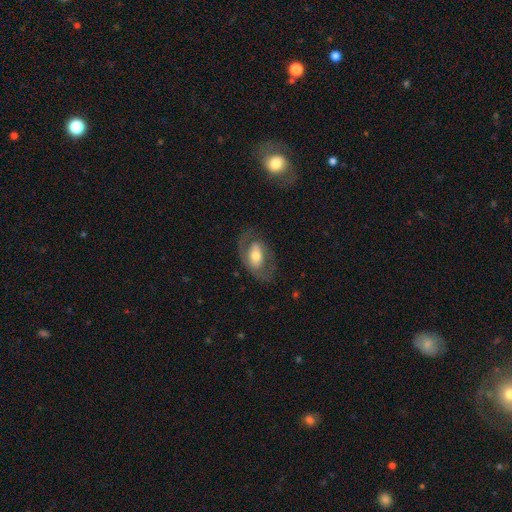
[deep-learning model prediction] This is possibly a featured or disk galaxy (59%). It is clearly not viewed edge-on (93%). Bar: possibly no (48%). Spiral arm pattern: possibly yes (60%). Central bulge: likely moderate (62%). Merging: likely none (66%).